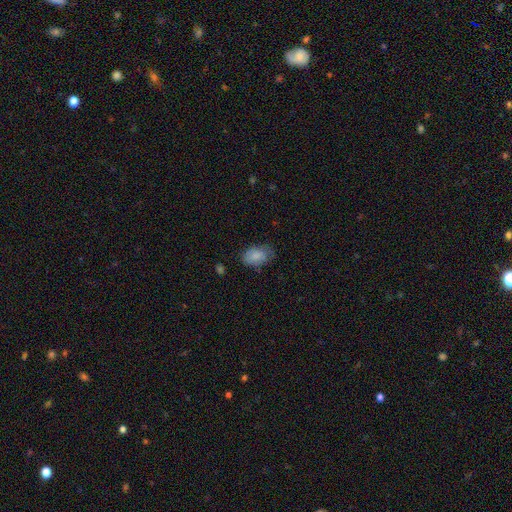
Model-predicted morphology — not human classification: A smooth galaxy with no disk features (81%) that is in between round and cigar-shaped (88%). Merging: none (62%).